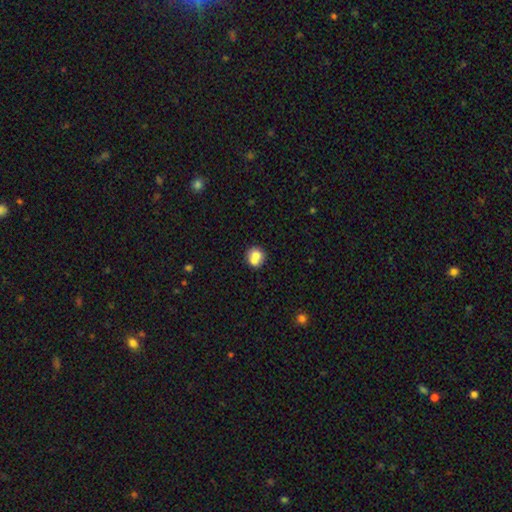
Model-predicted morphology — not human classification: smooth-or-featured: smooth: 72% | featured or disk: 18% | star or artifact: 9%
  how-rounded: round: 82% | in between: 17% | cigar-shaped: 1%
  merging: none: 47% | merger: 39% | minor disturbance: 11% | major disturbance: 3%